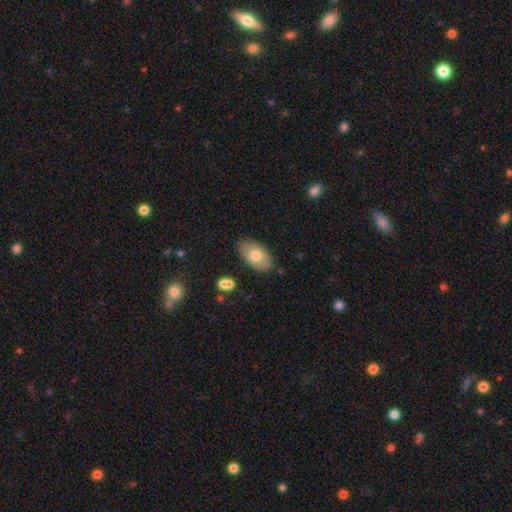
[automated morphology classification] The model was most divided on "smooth or featured": smooth: 71%, featured or disk: 23%, star or artifact: 6%. More confident: how rounded — in between (94%); merging — none (82%).